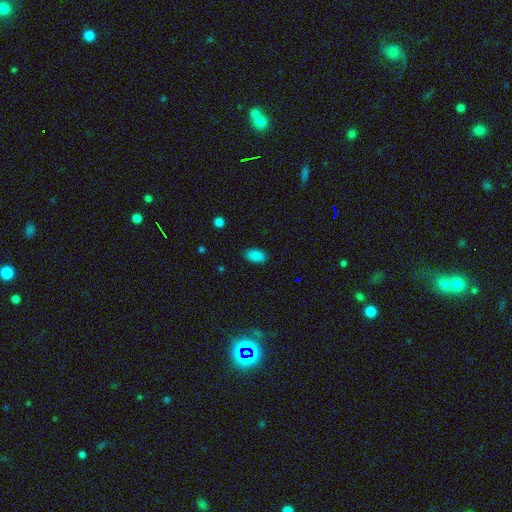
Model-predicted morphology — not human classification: This is clearly a smooth galaxy (86%). How rounded: clearly in between (93%). Merging: clearly none (86%).